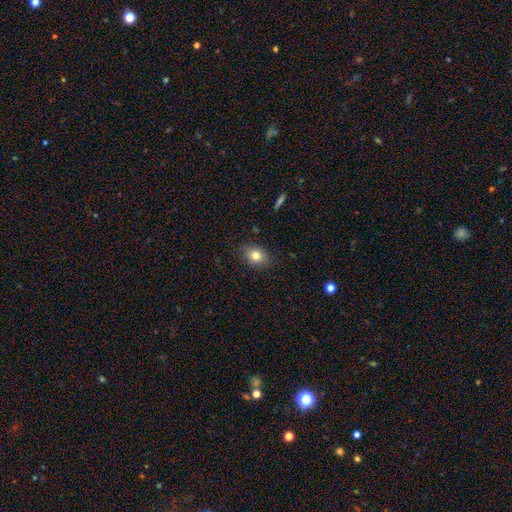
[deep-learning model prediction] smooth-or-featured: smooth: 79% | featured or disk: 11% | star or artifact: 10%
  how-rounded: in between: 57% | round: 41% | cigar-shaped: 1%
  merging: none: 84% | minor disturbance: 12% | major disturbance: 3% | merger: 1%